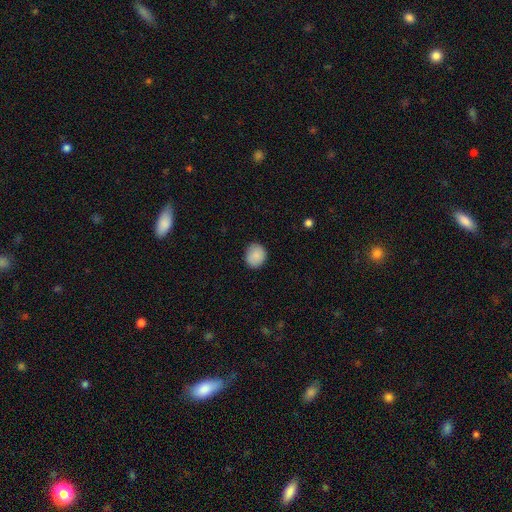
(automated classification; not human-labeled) Smooth or featured: smooth — 88% (star or artifact — 8%)
How rounded: round — 73% (in between — 27%)
Merging: none — 86% (minor disturbance — 10%)